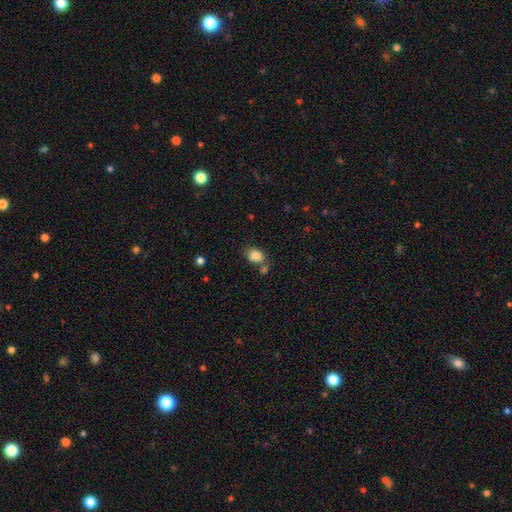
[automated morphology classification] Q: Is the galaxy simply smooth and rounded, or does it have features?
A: smooth — 83%.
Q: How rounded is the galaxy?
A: in between — 68%.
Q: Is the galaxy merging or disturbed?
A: none — 58%.